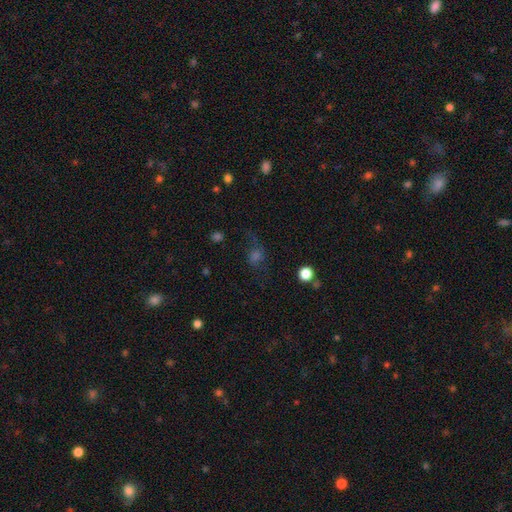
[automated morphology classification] Q: Smooth or featured?
A: smooth (45%); runner-up: star or artifact (31%)
Q: Merging?
A: none (52%); runner-up: major disturbance (25%)